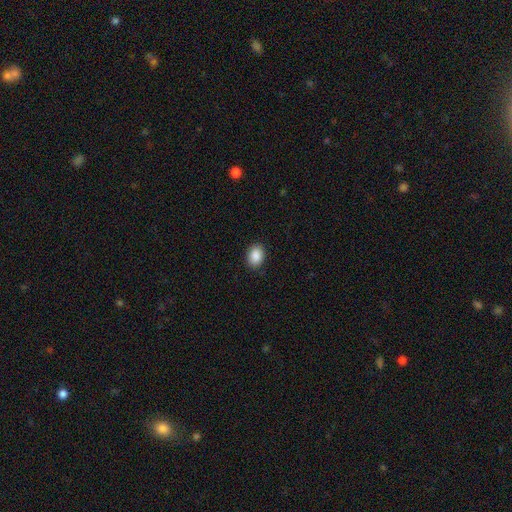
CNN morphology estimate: smooth_or_featured: smooth (p=0.89) [alt: star or artifact p=0.07]
how_rounded: in between (p=0.71) [alt: round p=0.28]
merging: none (p=0.88) [alt: minor disturbance p=0.09]